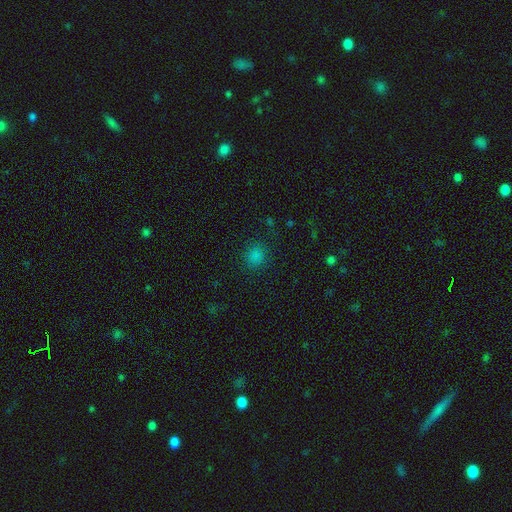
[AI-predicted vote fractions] Smooth or featured? smooth (81%)
How rounded? round (79%)
Merging? none (85%)